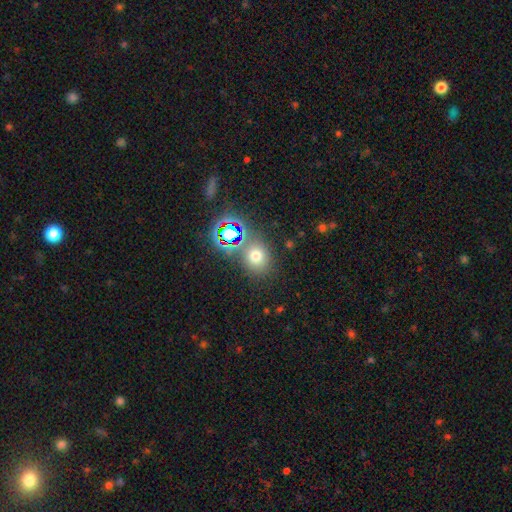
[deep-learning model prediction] smooth 64%, star or artifact 28%, featured or disk 9%. Down the decision tree: how rounded — round (69%); merging — none (75%).